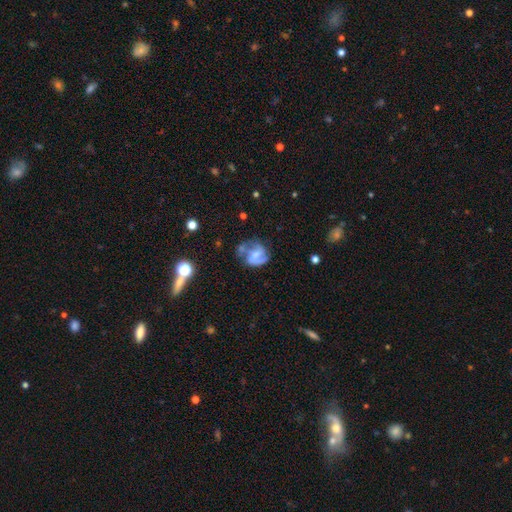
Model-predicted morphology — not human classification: Smooth or featured: featured or disk — 69% (smooth — 23%)
Edge-on disk: no — 98% (yes — 2%)
Bar: no — 46% (weak — 40%)
Spiral arms: yes — 82% (no — 18%)
Spiral winding: medium — 47% (tight — 28%)
Spiral arm count: 2 — 65% (can't tell — 15%)
Bulge size: small — 42% (moderate — 40%)
Merging: none — 46% (minor disturbance — 25%)